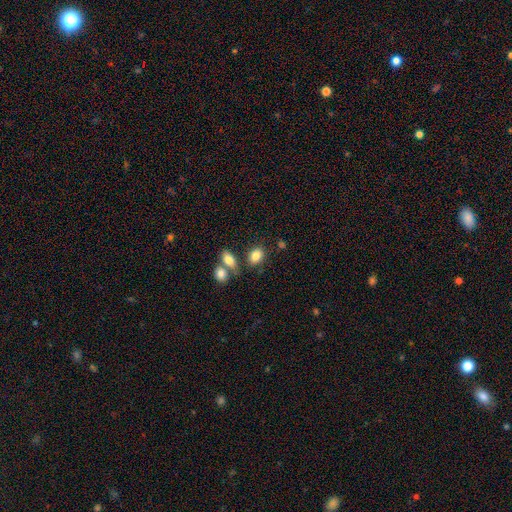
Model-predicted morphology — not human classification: smooth_or_featured: smooth (p=0.83) [alt: star or artifact p=0.09]
how_rounded: in between (p=0.78) [alt: round p=0.20]
merging: none (p=0.64) [alt: merger p=0.20]